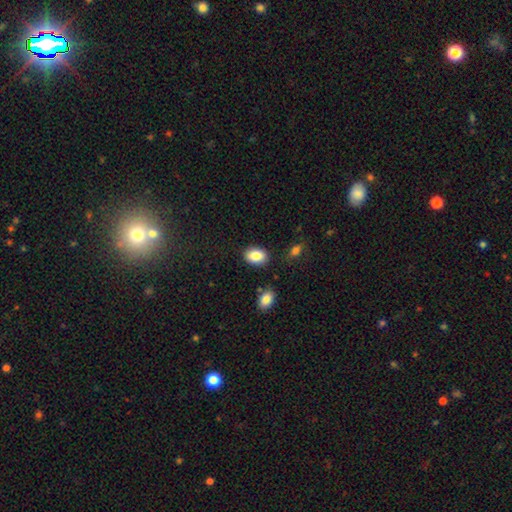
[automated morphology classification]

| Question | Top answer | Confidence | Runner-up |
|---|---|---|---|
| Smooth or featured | smooth | 86% | star or artifact (7%) |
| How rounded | in between | 82% | round (17%) |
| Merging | none | 84% | minor disturbance (10%) |